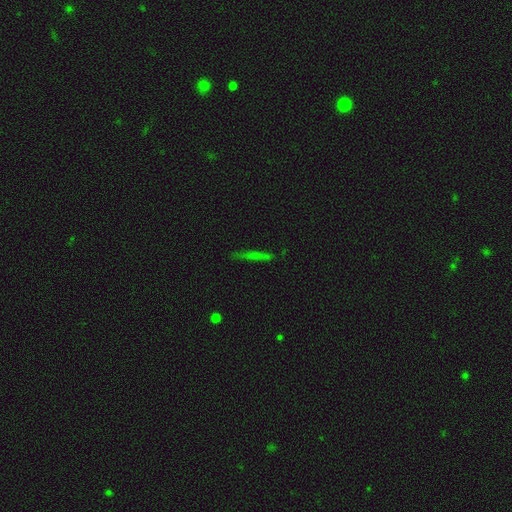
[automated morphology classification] Smooth or featured? Predicted: smooth (p=0.52). How rounded? Predicted: cigar-shaped (p=0.92). Merging? Predicted: none (p=0.83).